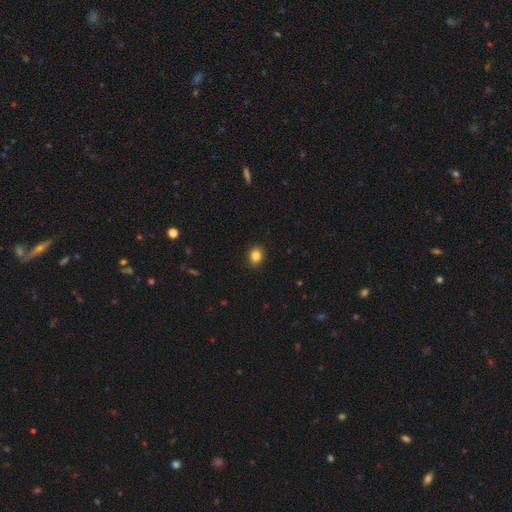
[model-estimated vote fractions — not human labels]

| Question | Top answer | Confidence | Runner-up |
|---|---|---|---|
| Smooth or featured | smooth | 85% | star or artifact (10%) |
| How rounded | round | 51% | in between (48%) |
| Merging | none | 90% | minor disturbance (7%) |